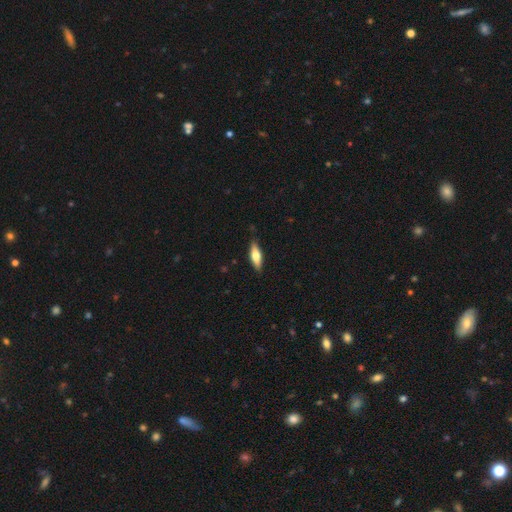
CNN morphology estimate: A smooth galaxy with no disk features (53%) that is cigar-shaped (50%). Merging: none (87%).